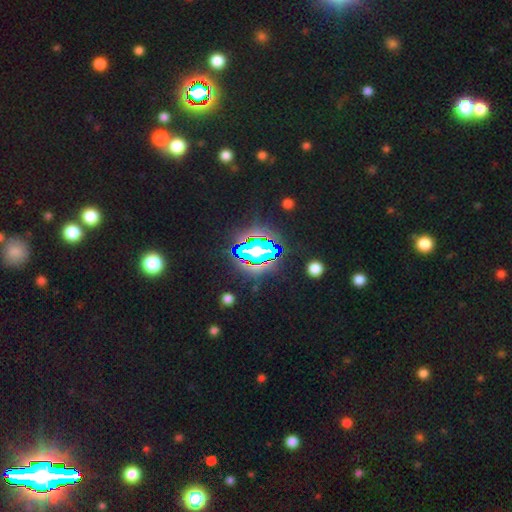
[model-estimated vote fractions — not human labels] Smooth or featured?
  - star or artifact: 74% *
  - smooth: 15%
  - featured or disk: 11%